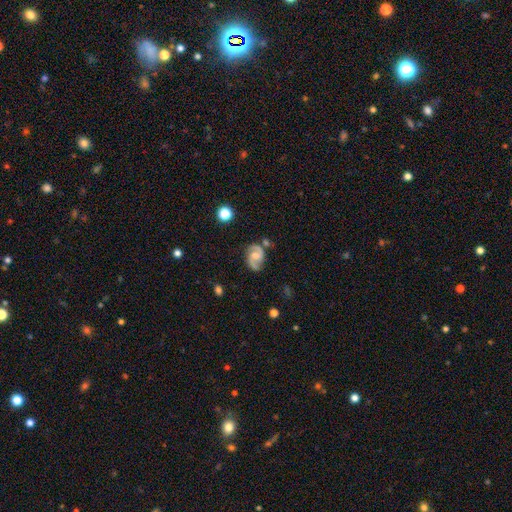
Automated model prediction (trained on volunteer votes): This appears to be a featured or disk galaxy (85%) with no bar (48%), 2 (92%) medium (57%) spiral arms (97%) and a moderate central bulge (50%). Merging: none (72%).